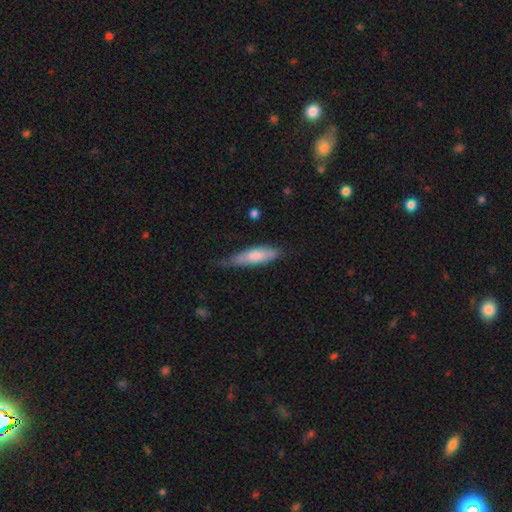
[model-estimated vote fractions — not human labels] smooth-or-featured: smooth: 73% | featured or disk: 22% | star or artifact: 5%
  how-rounded: cigar-shaped: 56% | in between: 42% | round: 2%
  merging: none: 43% | minor disturbance: 42% | major disturbance: 13% | merger: 2%